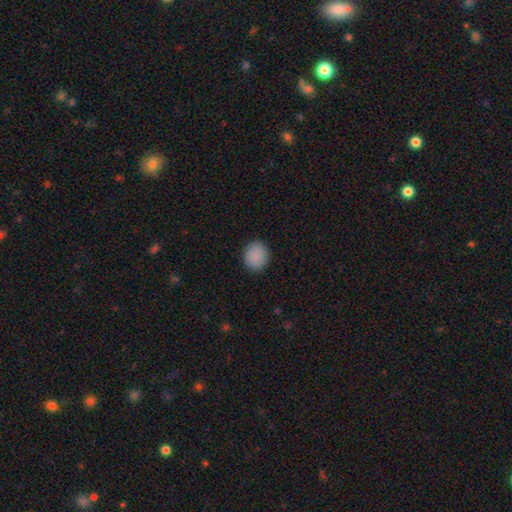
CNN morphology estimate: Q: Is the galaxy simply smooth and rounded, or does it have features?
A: smooth — 89%.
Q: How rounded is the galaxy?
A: round — 68%.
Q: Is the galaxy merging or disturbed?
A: none — 89%.